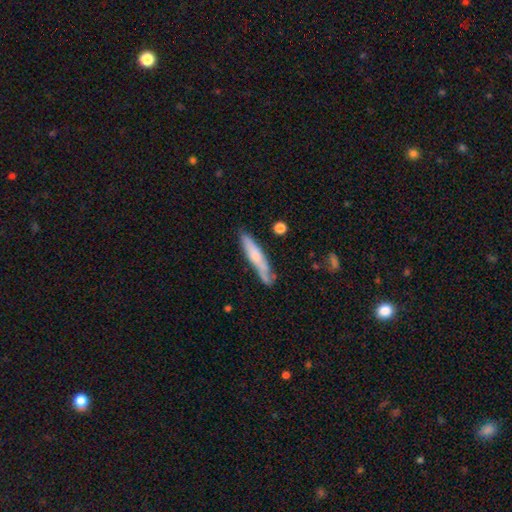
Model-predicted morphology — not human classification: A smooth galaxy with no disk features (48%). Merging: none (74%).